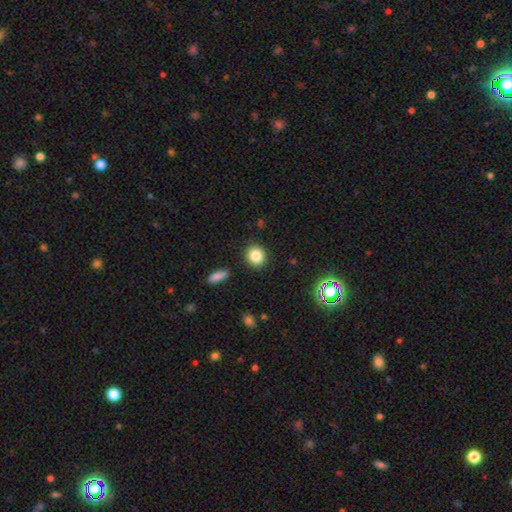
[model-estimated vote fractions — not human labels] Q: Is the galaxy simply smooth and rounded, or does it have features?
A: smooth — 83%.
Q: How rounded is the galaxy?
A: round — 85%.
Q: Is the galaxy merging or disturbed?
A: none — 89%.